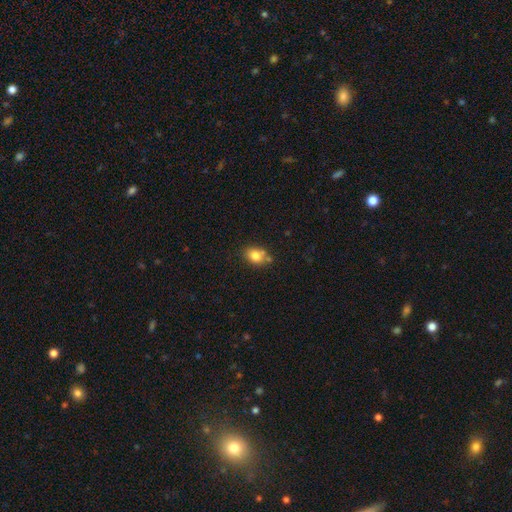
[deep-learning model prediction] A smooth galaxy with no disk features (80%) that is in between round and cigar-shaped (66%).

Vote fractions:
- Smooth or featured? smooth: 80% / featured or disk: 11% / star or artifact: 10%
- How rounded? in between: 66% / round: 33% / cigar-shaped: 1%
- Merging? none: 61% / minor disturbance: 18% / merger: 16% / major disturbance: 5%